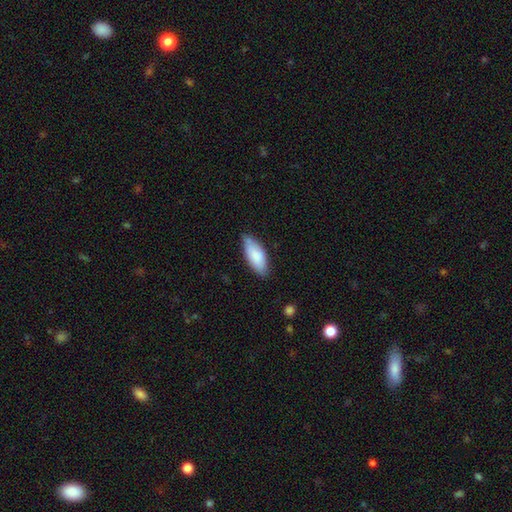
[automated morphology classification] smooth 83%, featured or disk 12%, star or artifact 5%. Down the decision tree: how rounded — in between (79%); merging — none (74%).